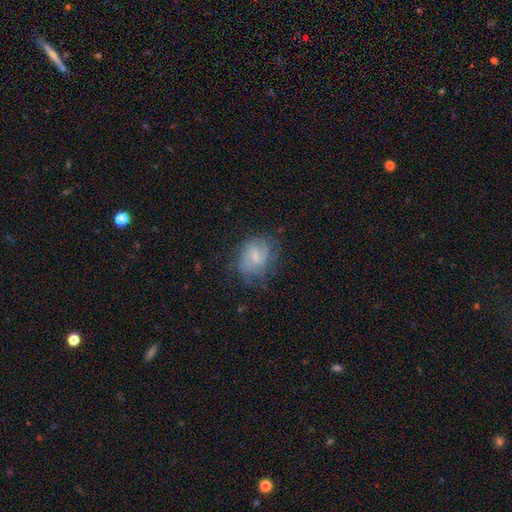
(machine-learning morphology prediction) type=featured or disk (53%); edge-on=no (97%); bar=weak (46%, tied with no); spiral arms=yes (76%); bulge=small (61%); merging=none (62%).